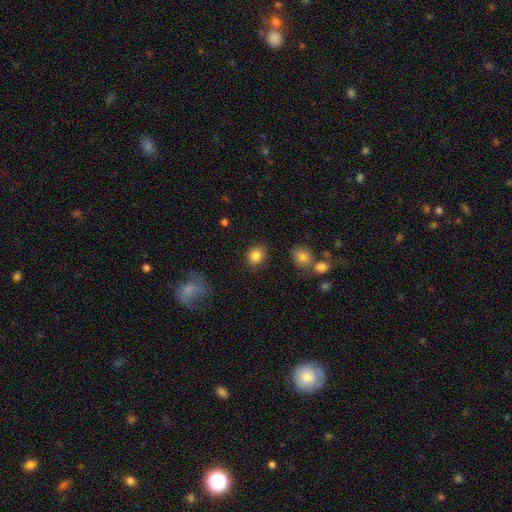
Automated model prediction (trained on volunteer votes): Morphology: type=smooth (85%); roundness=round (75%); merging=none (87%).